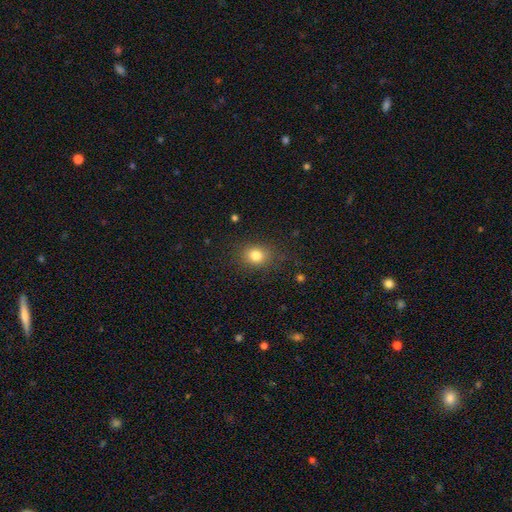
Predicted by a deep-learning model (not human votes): Smooth or featured? Predicted: smooth (p=0.80). How rounded? Predicted: round (p=0.59). Merging? Predicted: none (p=0.83).